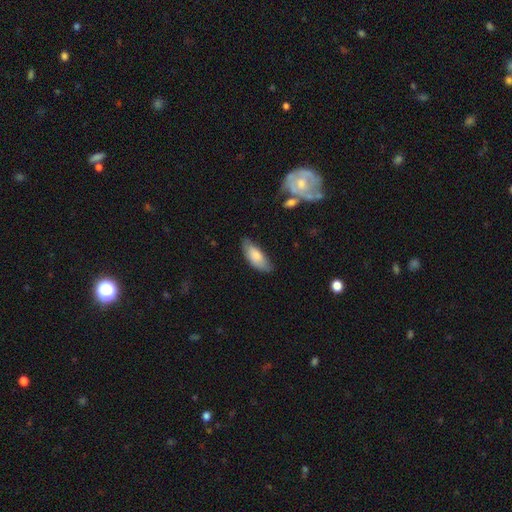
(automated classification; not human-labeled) The model was most divided on "merging": none: 71%, minor disturbance: 24%, major disturbance: 4%, merger: 2%. More confident: how rounded — in between (79%); smooth or featured — smooth (79%).